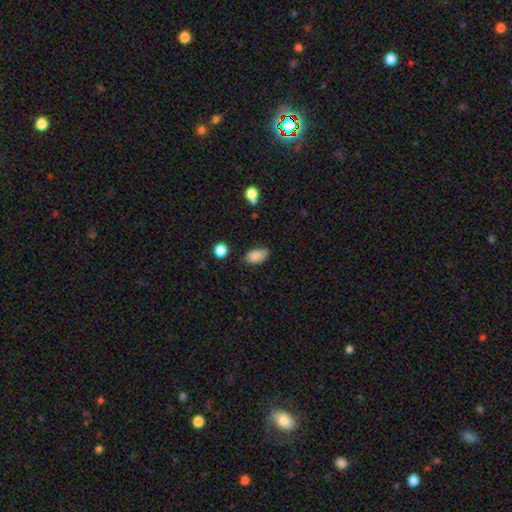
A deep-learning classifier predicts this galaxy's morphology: type=smooth (87%); roundness=in between (92%); merging=none (74%).